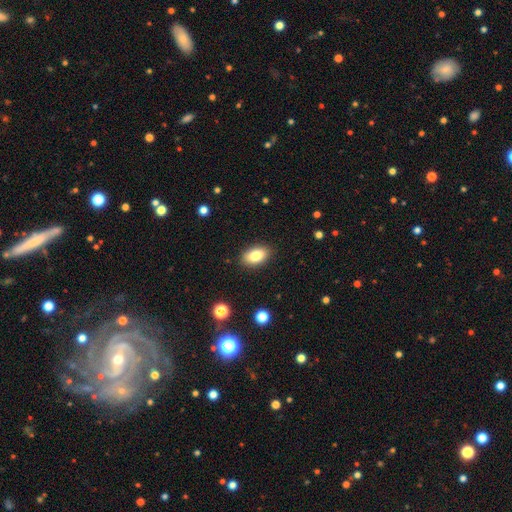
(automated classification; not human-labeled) Smooth or featured? Predicted: smooth (p=0.81). How rounded? Predicted: in between (p=0.89). Merging? Predicted: none (p=0.88).